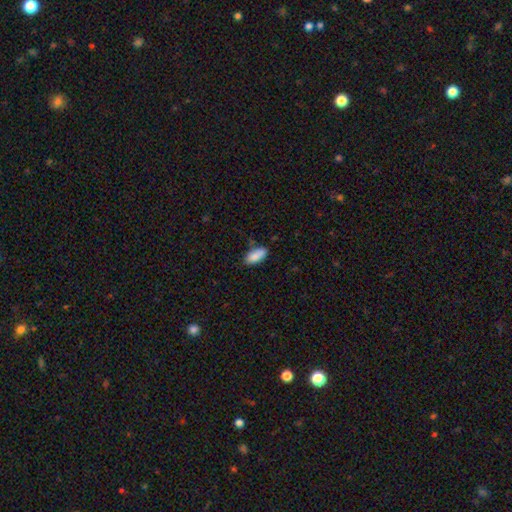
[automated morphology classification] Smooth or featured?
  - smooth: 86% *
  - featured or disk: 7%
  - star or artifact: 7%
How rounded?
  - in between: 88% *
  - cigar-shaped: 10%
  - round: 2%
Merging?
  - none: 73% *
  - minor disturbance: 19%
  - merger: 4%
  - major disturbance: 3%